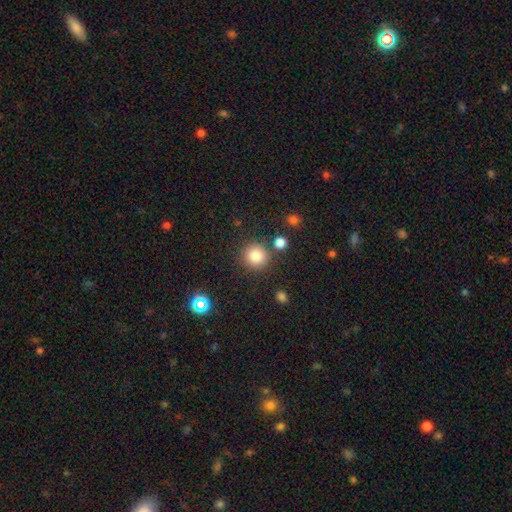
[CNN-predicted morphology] This appears to be a smooth galaxy with no disk features (84%) that is round (93%). Merging: none (83%).